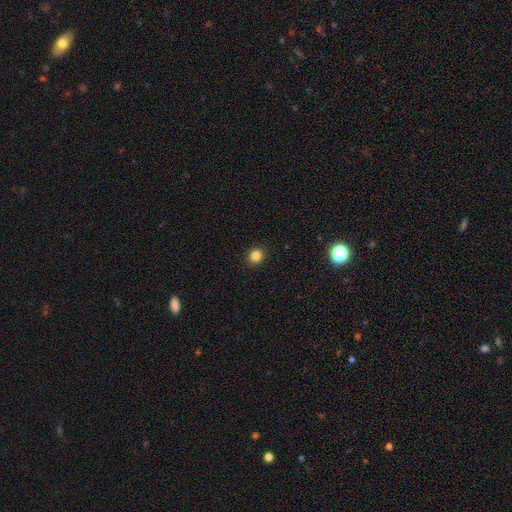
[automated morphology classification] smooth 84%, star or artifact 12%, featured or disk 4%. Down the decision tree: how rounded — round (86%); merging — none (92%).